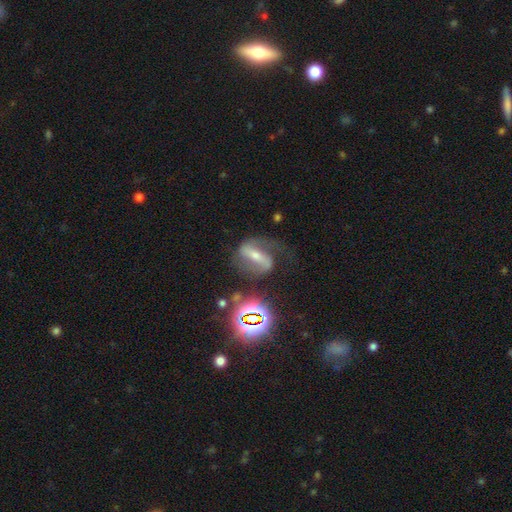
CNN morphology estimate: type=featured or disk (74%); edge-on=no (93%); bar=strong (67%); spiral arms=yes (90%); winding=loose (44%); arm count=2 (86%); bulge=moderate (46%); merging=none (58%).